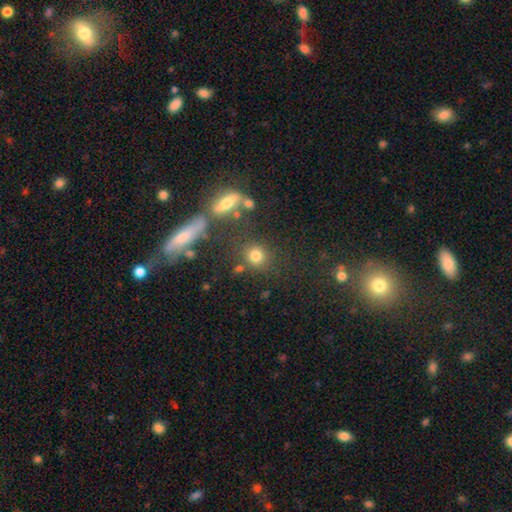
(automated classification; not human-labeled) smooth-or-featured: smooth: 76% | star or artifact: 14% | featured or disk: 10%
  how-rounded: round: 80% | in between: 17% | cigar-shaped: 3%
  merging: none: 69% | merger: 14% | minor disturbance: 11% | major disturbance: 6%